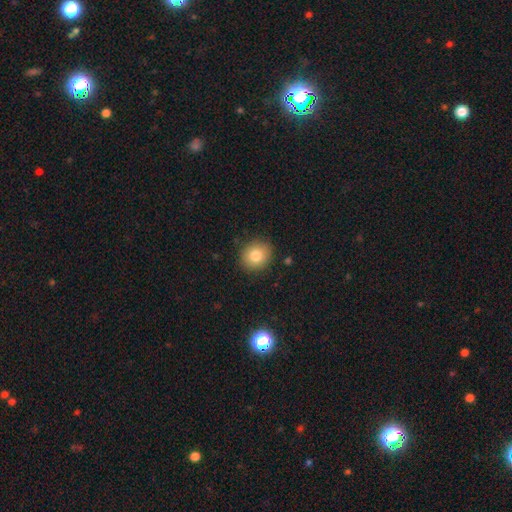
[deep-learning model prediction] Smooth or featured? Predicted: smooth (p=0.80). How rounded? Predicted: round (p=0.80). Merging? Predicted: none (p=0.88).